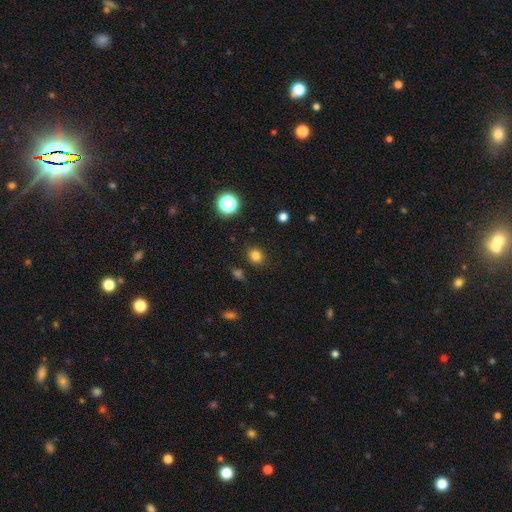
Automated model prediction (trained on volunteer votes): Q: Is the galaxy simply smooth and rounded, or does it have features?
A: smooth — 80%.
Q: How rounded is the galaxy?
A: round — 80%.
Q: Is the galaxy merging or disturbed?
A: none — 87%.